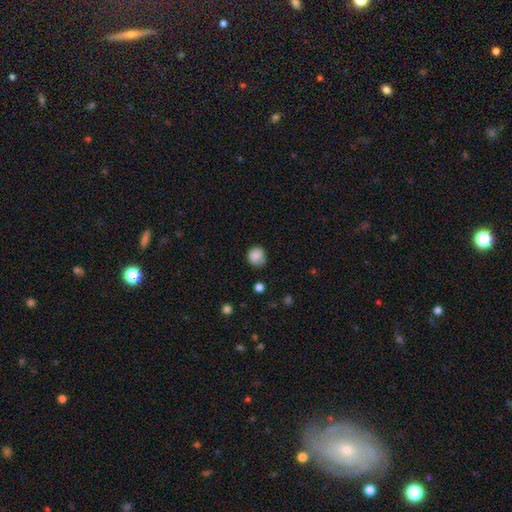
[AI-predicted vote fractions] This appears to be a smooth galaxy with no disk features (86%) that is round (86%). Merging: none (72%).